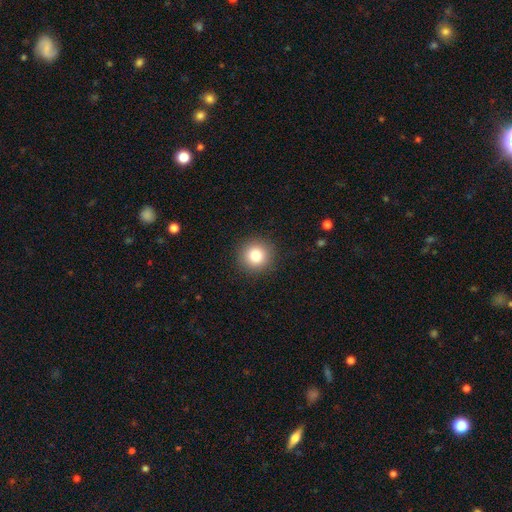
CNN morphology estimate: The model was most divided on "smooth or featured": smooth: 82%, star or artifact: 11%, featured or disk: 7%. More confident: how rounded — round (94%); merging — none (91%).